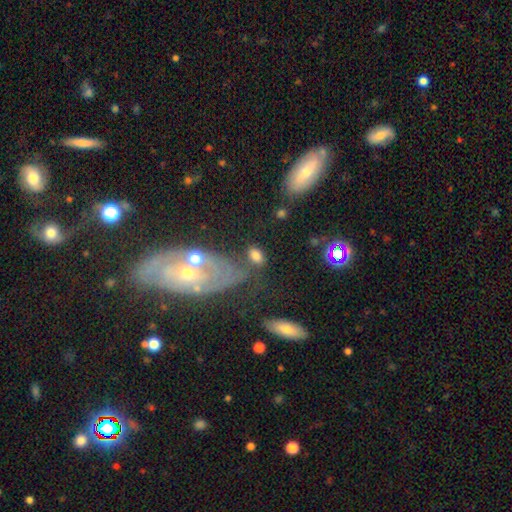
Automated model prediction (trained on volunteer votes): Smooth or featured: smooth — 72% (featured or disk — 16%)
How rounded: in between — 84% (round — 13%)
Merging: none — 57% (minor disturbance — 19%)